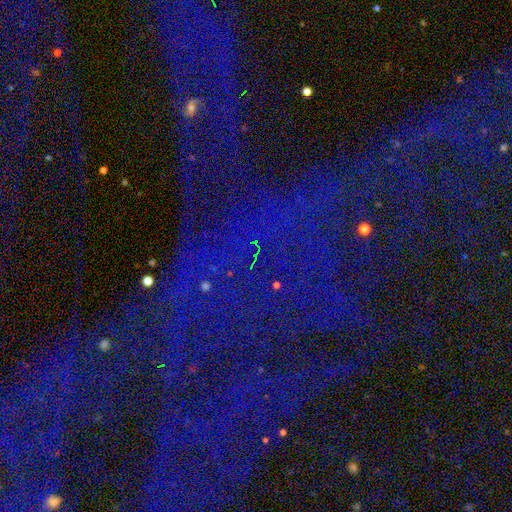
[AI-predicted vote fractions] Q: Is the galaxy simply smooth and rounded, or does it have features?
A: star or artifact — 78%.